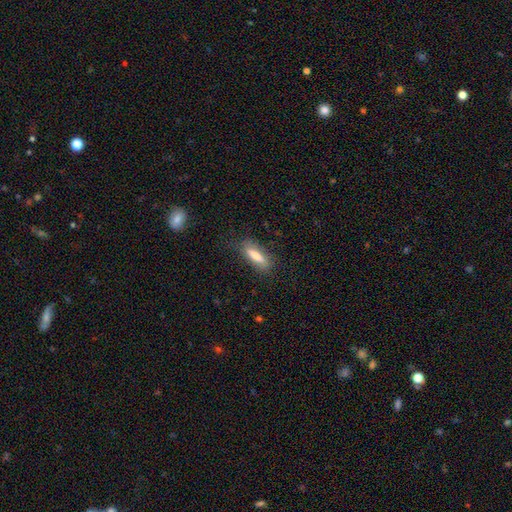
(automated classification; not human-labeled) Smooth or featured: smooth — 68% (featured or disk — 25%)
How rounded: cigar-shaped — 55% (in between — 43%)
Merging: none — 79% (minor disturbance — 15%)